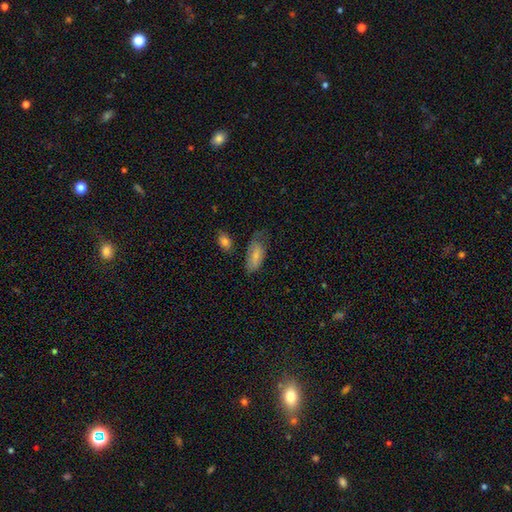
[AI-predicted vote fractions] This appears to be a smooth galaxy with no disk features (72%) that is in between round and cigar-shaped (88%). Merging: none (47%).